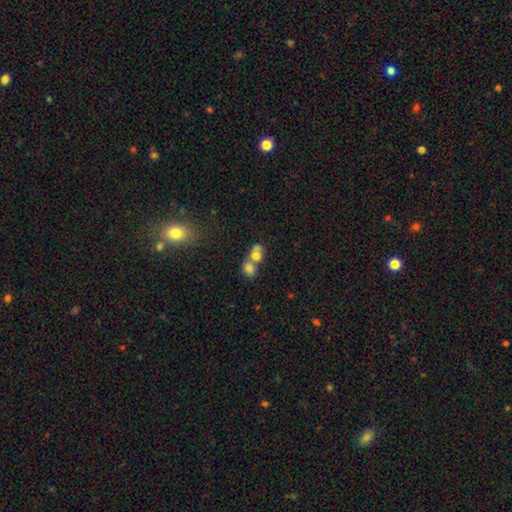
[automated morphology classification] Smooth or featured?
  - smooth: 72% *
  - featured or disk: 17%
  - star or artifact: 11%
How rounded?
  - round: 58% *
  - in between: 41%
  - cigar-shaped: 2%
Merging?
  - merger: 67% *
  - none: 23%
  - minor disturbance: 6%
  - major disturbance: 4%